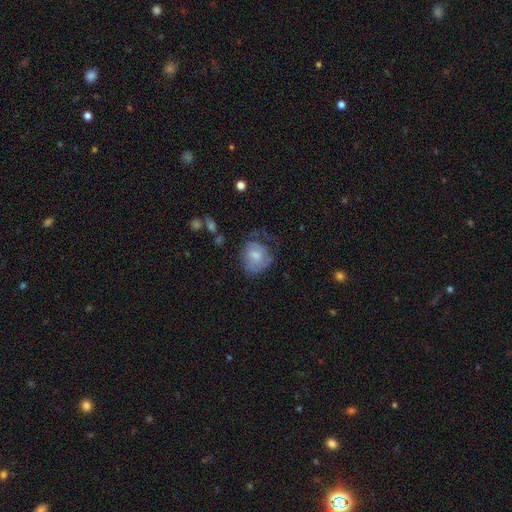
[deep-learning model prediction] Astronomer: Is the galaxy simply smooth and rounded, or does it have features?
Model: smooth — 60%.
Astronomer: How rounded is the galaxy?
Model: round — 65%.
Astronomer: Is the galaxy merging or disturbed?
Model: none — 39% (runner-up: major disturbance, 30%).